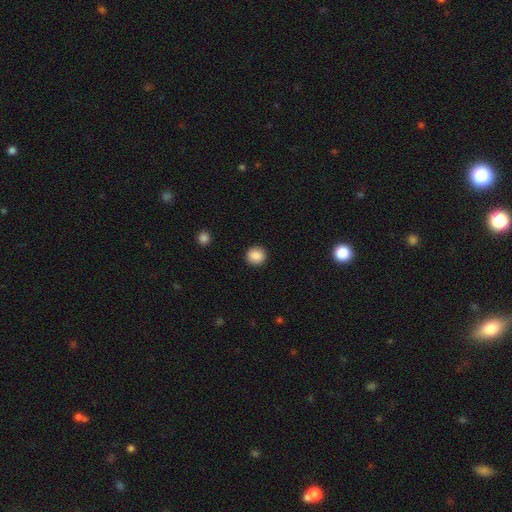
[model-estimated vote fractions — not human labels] Smooth or featured?
  - smooth: 88% *
  - star or artifact: 9%
  - featured or disk: 3%
How rounded?
  - round: 89% *
  - in between: 10%
  - cigar-shaped: 1%
Merging?
  - none: 92% *
  - minor disturbance: 5%
  - major disturbance: 2%
  - merger: 1%